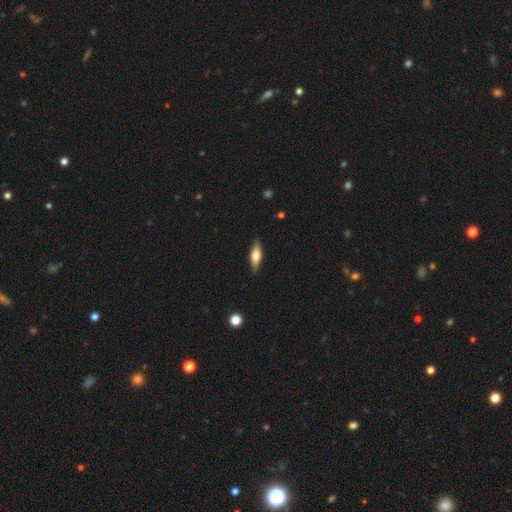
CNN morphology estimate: A smooth galaxy with no disk features (64%) that is in between round and cigar-shaped (54%). Merging: none (88%).